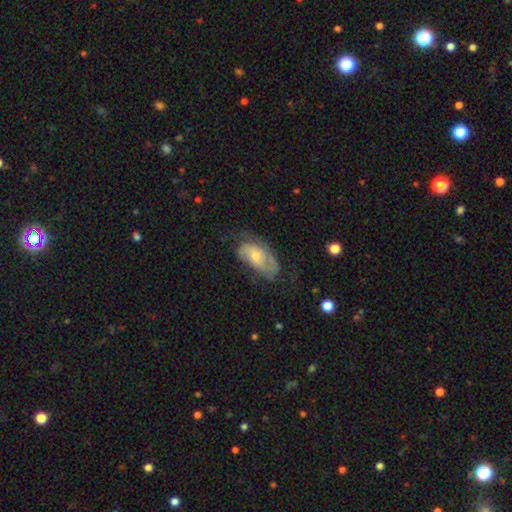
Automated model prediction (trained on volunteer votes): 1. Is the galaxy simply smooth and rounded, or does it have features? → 63% featured or disk, 30% smooth, 7% star or artifact.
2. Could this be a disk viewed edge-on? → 94% no, 6% yes.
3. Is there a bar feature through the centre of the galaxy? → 74% no, 22% weak, 4% strong.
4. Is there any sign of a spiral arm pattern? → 82% yes, 18% no.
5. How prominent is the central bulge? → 47% moderate, 45% small, 4% large, 3% none, 1% dominant.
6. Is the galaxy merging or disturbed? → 51% none, 28% minor disturbance, 19% major disturbance, 2% merger.